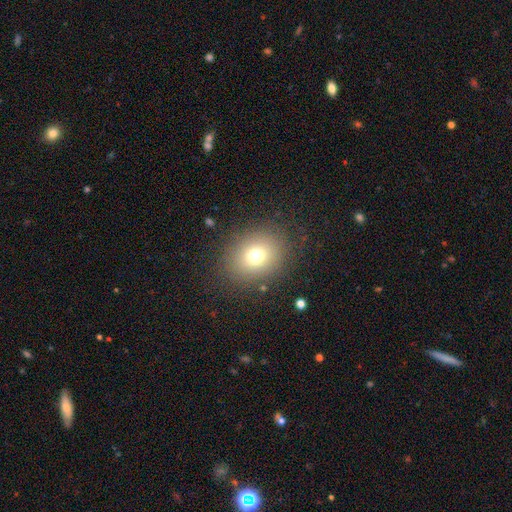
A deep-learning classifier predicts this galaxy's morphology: Smooth or featured? Predicted: smooth (p=0.72). How rounded? Predicted: round (p=0.60). Merging? Predicted: none (p=0.84).